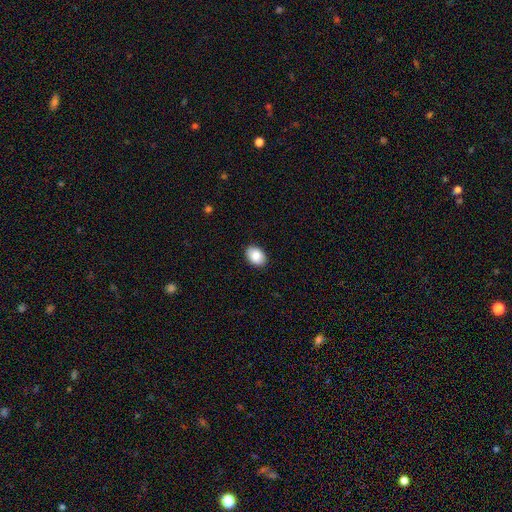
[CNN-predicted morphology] The model was most divided on "how rounded": in between: 76%, round: 23%, cigar-shaped: 1%. More confident: merging — none (90%); smooth or featured — smooth (85%).